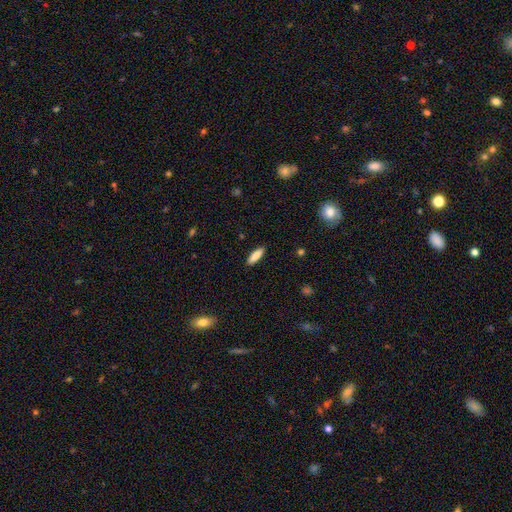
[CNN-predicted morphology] Q: Smooth or featured?
A: smooth (86%); runner-up: featured or disk (8%)
Q: How rounded?
A: cigar-shaped (56%); runner-up: in between (42%)
Q: Merging?
A: none (90%); runner-up: minor disturbance (7%)